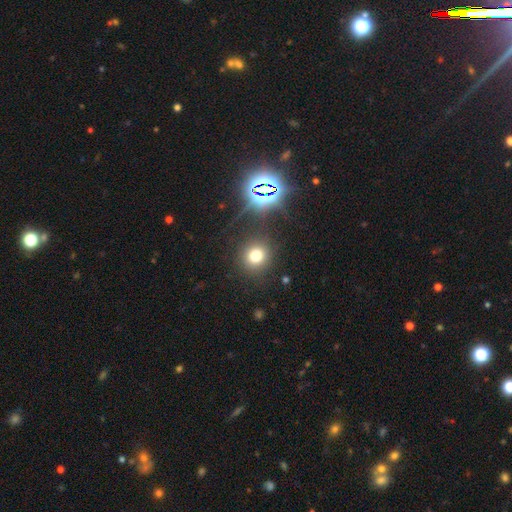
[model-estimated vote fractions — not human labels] Smooth or featured: smooth — 71% (star or artifact — 22%)
How rounded: round — 87% (in between — 12%)
Merging: none — 85% (minor disturbance — 8%)